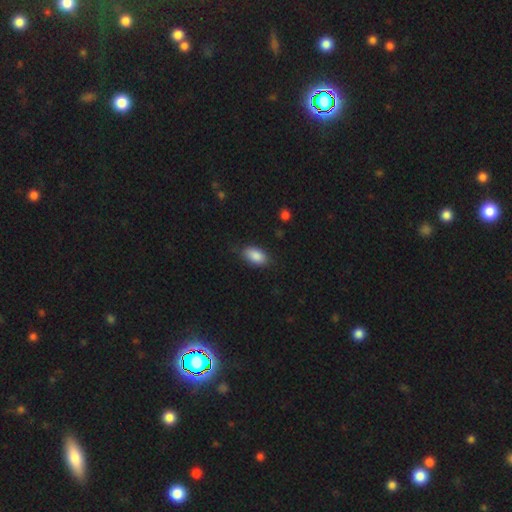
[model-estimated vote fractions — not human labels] Smooth or featured? Predicted: smooth (p=0.88). How rounded? Predicted: in between (p=0.92). Merging? Predicted: none (p=0.79).